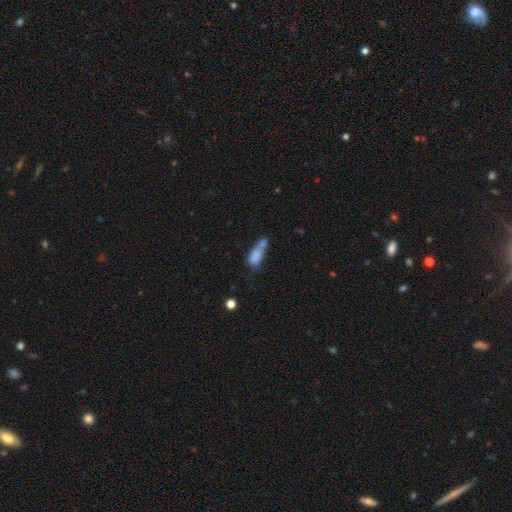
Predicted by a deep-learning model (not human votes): A smooth galaxy with no disk features (74%) that is in between round and cigar-shaped (69%). Merging: merger (52%).